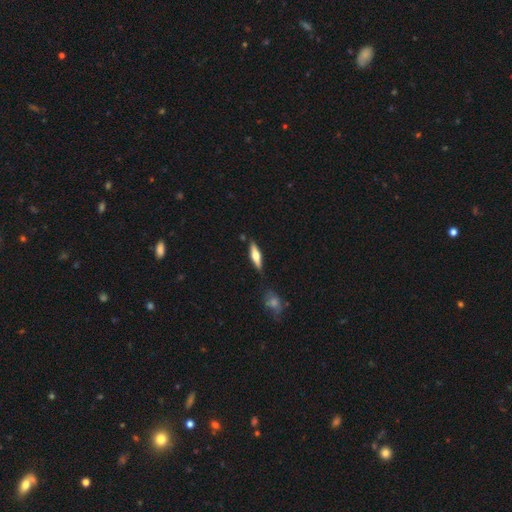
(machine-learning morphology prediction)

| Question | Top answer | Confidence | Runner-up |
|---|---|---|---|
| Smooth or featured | featured or disk | 48% | smooth (46%) |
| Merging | none | 83% | minor disturbance (11%) |